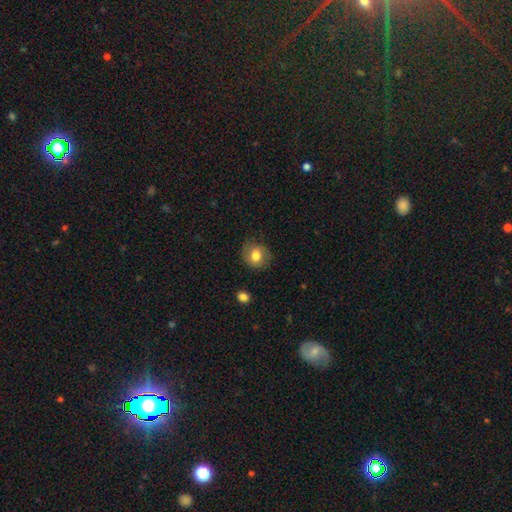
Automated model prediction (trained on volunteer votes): Overall: smooth (76%). How rounded: round (77%). Merging: none (77%).